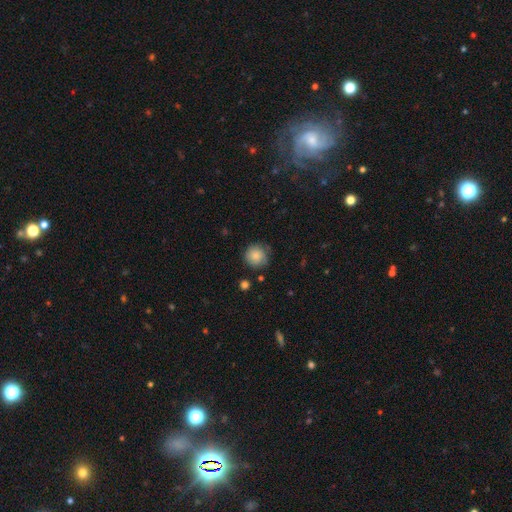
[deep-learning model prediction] smooth 85%, star or artifact 8%, featured or disk 7%. Down the decision tree: how rounded — round (93%); merging — none (76%).